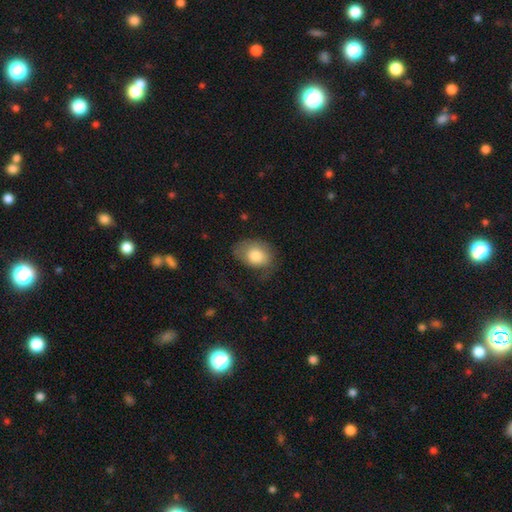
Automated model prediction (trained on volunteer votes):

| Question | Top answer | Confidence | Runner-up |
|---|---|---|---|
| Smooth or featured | smooth | 79% | featured or disk (14%) |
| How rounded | in between | 75% | round (24%) |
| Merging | none | 46% | minor disturbance (29%) |